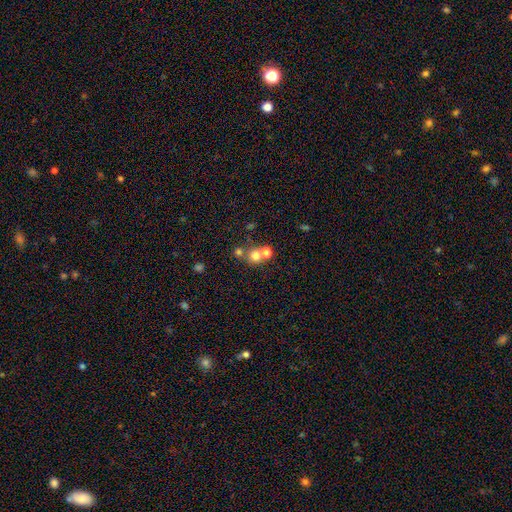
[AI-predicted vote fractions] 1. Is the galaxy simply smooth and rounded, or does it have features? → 71% smooth, 16% star or artifact, 12% featured or disk.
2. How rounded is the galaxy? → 88% round, 11% in between, 1% cigar-shaped.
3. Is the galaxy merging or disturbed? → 49% none, 42% merger, 6% minor disturbance, 3% major disturbance.